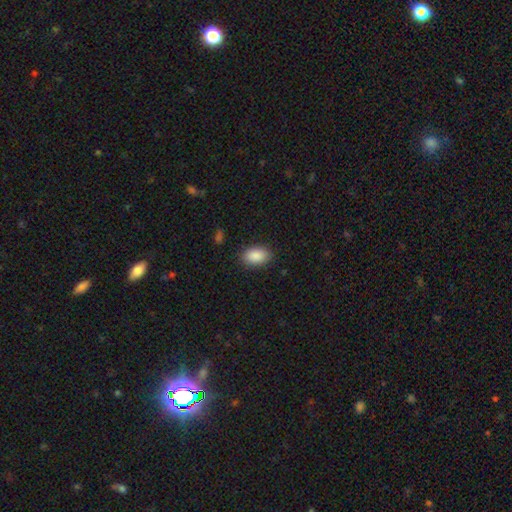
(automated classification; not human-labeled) The model was most divided on "merging": none: 87%, minor disturbance: 10%, major disturbance: 3%, merger: 1%. More confident: how rounded — in between (91%); smooth or featured — smooth (89%).